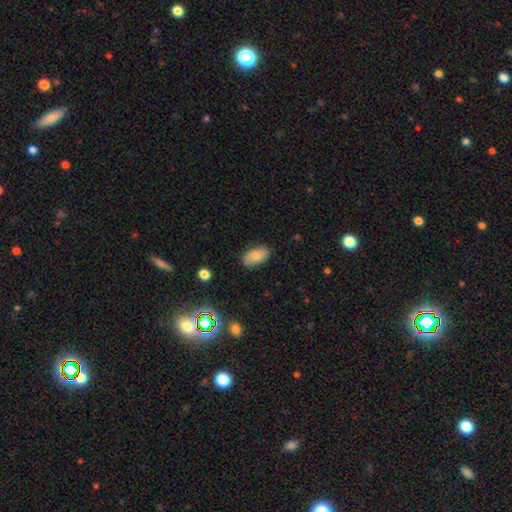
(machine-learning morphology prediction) A smooth galaxy with no disk features (79%) that is in between round and cigar-shaped (93%). Merging: none (83%).